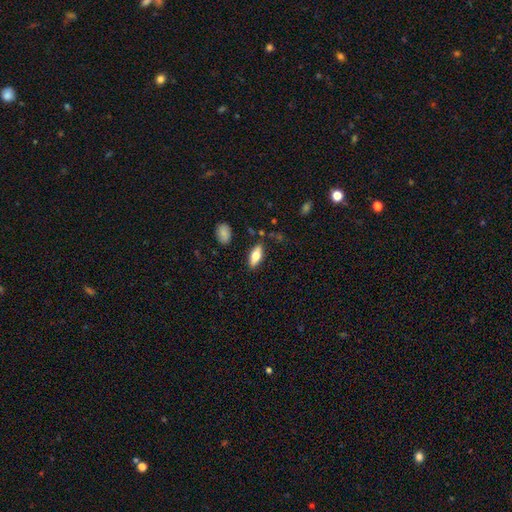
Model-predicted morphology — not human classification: Overall: smooth (68%). How rounded: in between (73%). Merging: none (84%).